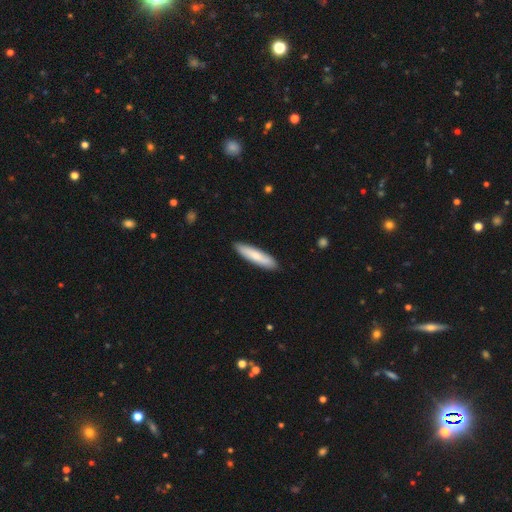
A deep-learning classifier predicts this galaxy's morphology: smooth_or_featured: smooth (p=0.76) [alt: featured or disk p=0.19]
how_rounded: cigar-shaped (p=0.81) [alt: in between p=0.18]
merging: none (p=0.89) [alt: minor disturbance p=0.08]